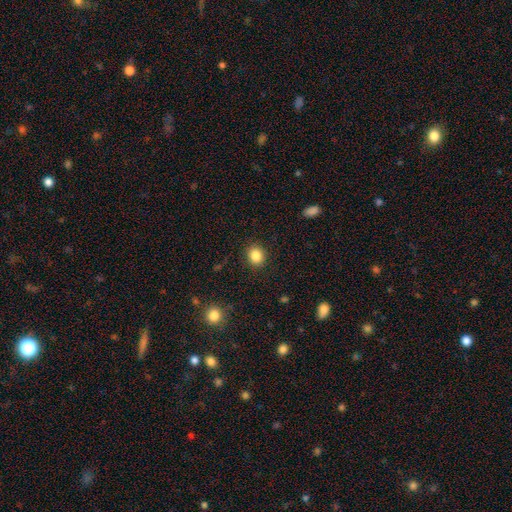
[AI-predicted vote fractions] Smooth or featured?
  - smooth: 86% *
  - star or artifact: 10%
  - featured or disk: 4%
How rounded?
  - round: 71% *
  - in between: 28%
  - cigar-shaped: 1%
Merging?
  - none: 90% *
  - minor disturbance: 7%
  - major disturbance: 2%
  - merger: 1%